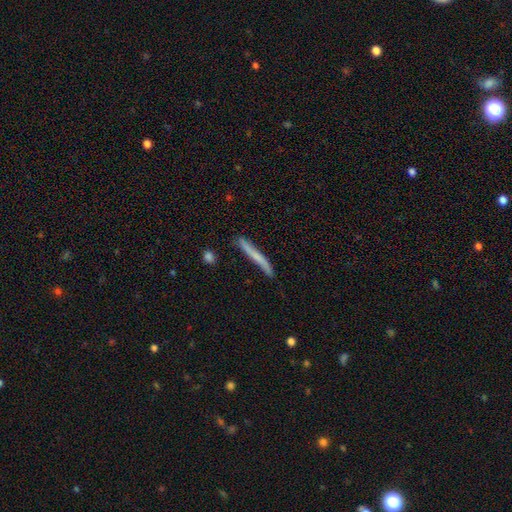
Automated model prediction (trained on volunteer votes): Smooth or featured? Predicted: smooth (p=0.55). How rounded? Predicted: cigar-shaped (p=0.96). Merging? Predicted: none (p=0.78).